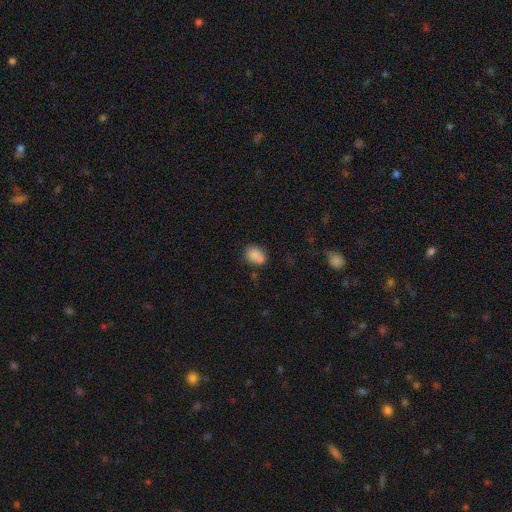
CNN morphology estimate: type=smooth (80%); roundness=round (51%); merging=none (51%).